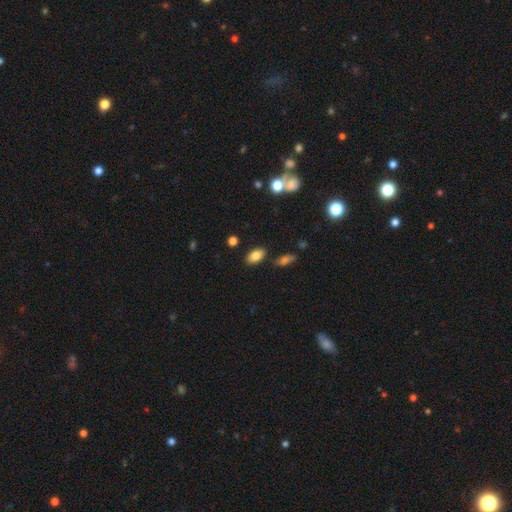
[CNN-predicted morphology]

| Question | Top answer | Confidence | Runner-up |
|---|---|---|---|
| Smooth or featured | smooth | 82% | featured or disk (9%) |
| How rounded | in between | 91% | round (7%) |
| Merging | none | 83% | minor disturbance (10%) |